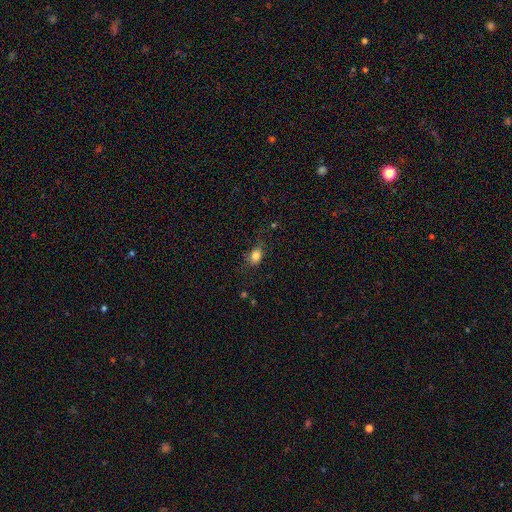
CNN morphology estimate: A smooth galaxy with no disk features (82%) that is in between round and cigar-shaped (63%).

Vote fractions:
- Smooth or featured? smooth: 82% / star or artifact: 11% / featured or disk: 7%
- How rounded? in between: 63% / round: 35% / cigar-shaped: 2%
- Merging? none: 68% / minor disturbance: 22% / major disturbance: 8% / merger: 2%